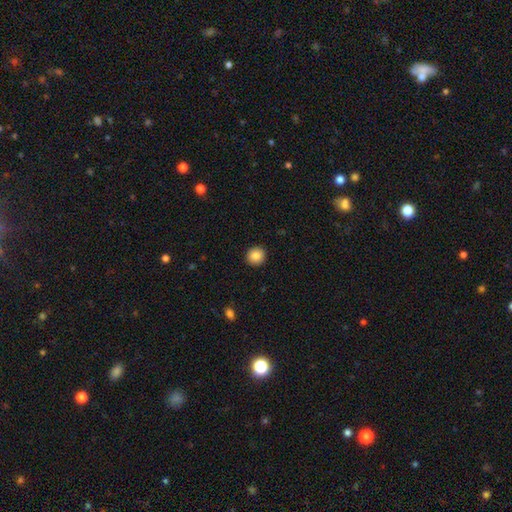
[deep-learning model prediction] Q: Smooth or featured?
A: smooth (86%); runner-up: star or artifact (9%)
Q: How rounded?
A: round (94%); runner-up: in between (5%)
Q: Merging?
A: none (93%); runner-up: minor disturbance (5%)